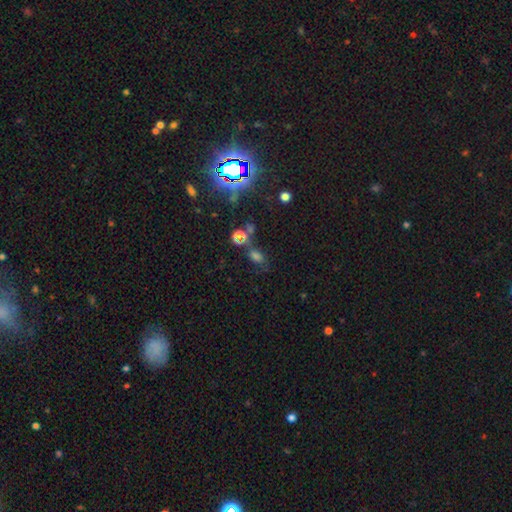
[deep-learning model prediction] Overall: star or artifact (49%; smooth 37%).